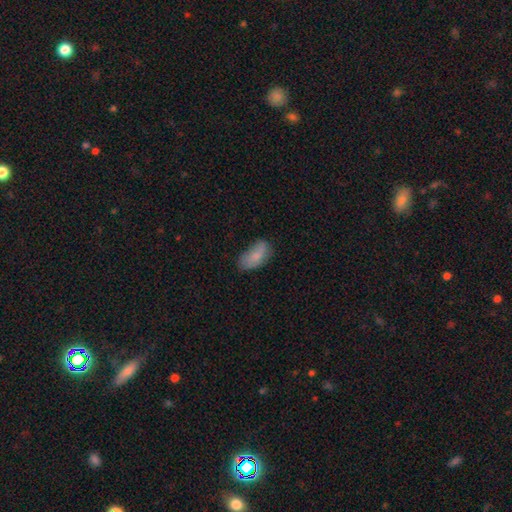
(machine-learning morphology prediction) Smooth or featured? Predicted: smooth (p=0.80). How rounded? Predicted: in between (p=0.91). Merging? Predicted: none (p=0.63).